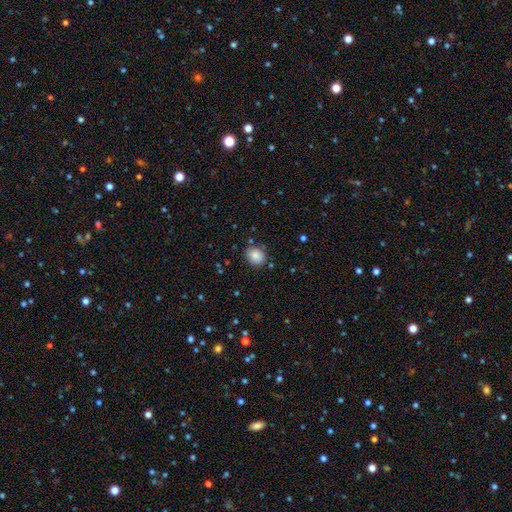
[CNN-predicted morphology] The model was most divided on "how rounded": round: 71%, in between: 28%, cigar-shaped: 1%. More confident: smooth or featured — smooth (85%); merging — none (83%).